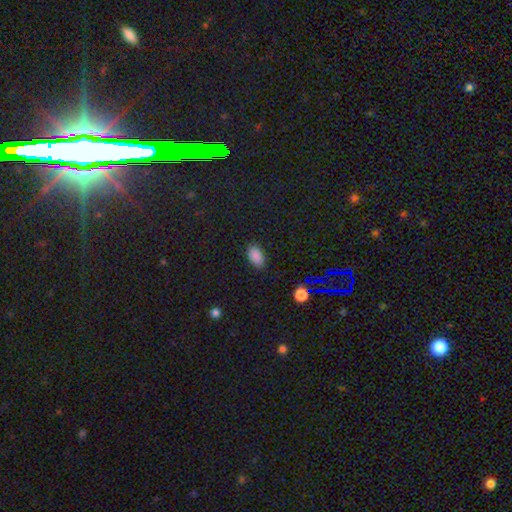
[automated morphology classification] Q: Smooth or featured?
A: smooth (86%); runner-up: star or artifact (11%)
Q: How rounded?
A: in between (93%); runner-up: round (4%)
Q: Merging?
A: none (86%); runner-up: minor disturbance (10%)